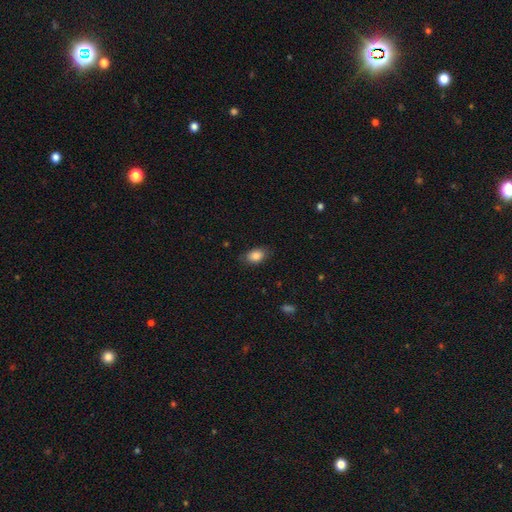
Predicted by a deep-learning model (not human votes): A smooth galaxy with no disk features (85%) that is in between round and cigar-shaped (85%). Merging: none (80%).